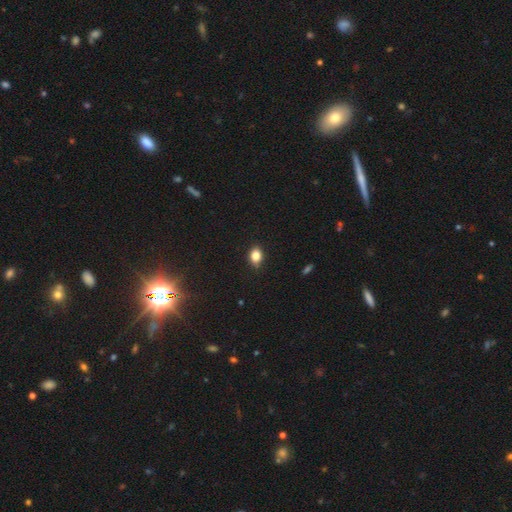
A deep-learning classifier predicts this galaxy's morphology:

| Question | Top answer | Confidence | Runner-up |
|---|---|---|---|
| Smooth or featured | smooth | 83% | star or artifact (10%) |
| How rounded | in between | 64% | round (34%) |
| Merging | none | 82% | minor disturbance (14%) |